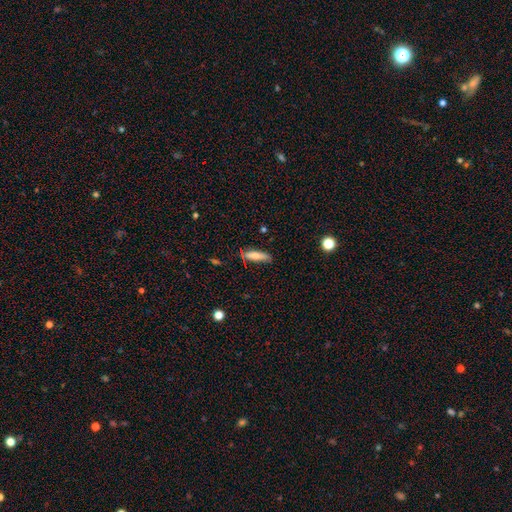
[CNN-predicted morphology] Smooth or featured: smooth — 72% (featured or disk — 21%)
How rounded: cigar-shaped — 60% (in between — 38%)
Merging: none — 75% (minor disturbance — 19%)